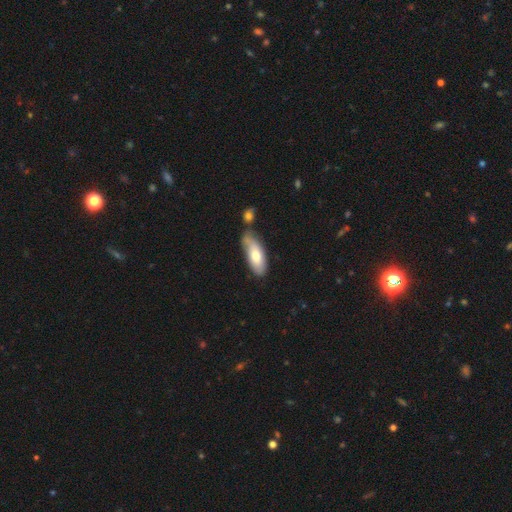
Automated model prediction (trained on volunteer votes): Morphology: type=smooth (70%); roundness=in between (79%); merging=none (51%).